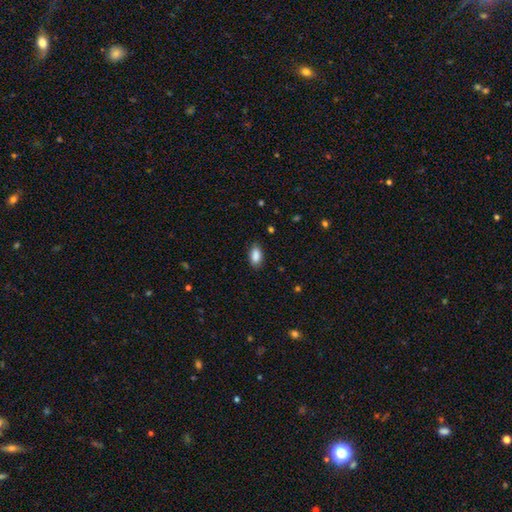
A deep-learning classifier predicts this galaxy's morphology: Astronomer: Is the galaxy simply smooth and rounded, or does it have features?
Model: smooth — 88%.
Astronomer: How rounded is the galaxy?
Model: in between — 92%.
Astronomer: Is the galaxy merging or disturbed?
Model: none — 82%.